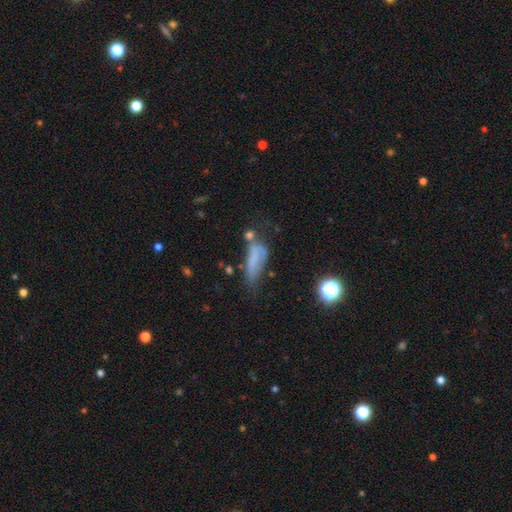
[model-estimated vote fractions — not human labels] This is possibly a smooth galaxy (58%). How rounded: possibly in between (59%). Merging: marginally major disturbance (32%).